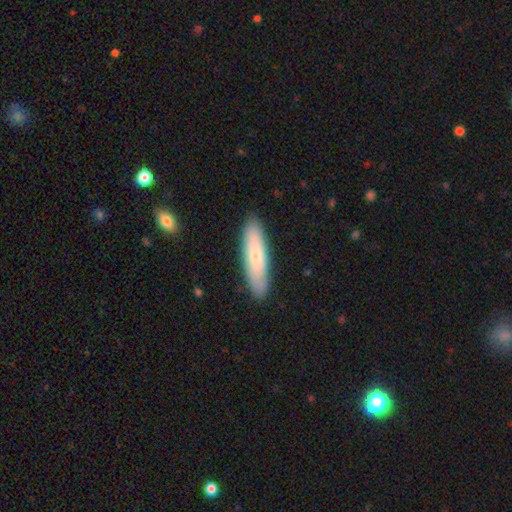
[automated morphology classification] smooth 68%, featured or disk 27%, star or artifact 6%. Down the decision tree: how rounded — cigar-shaped (68%); merging — none (88%).